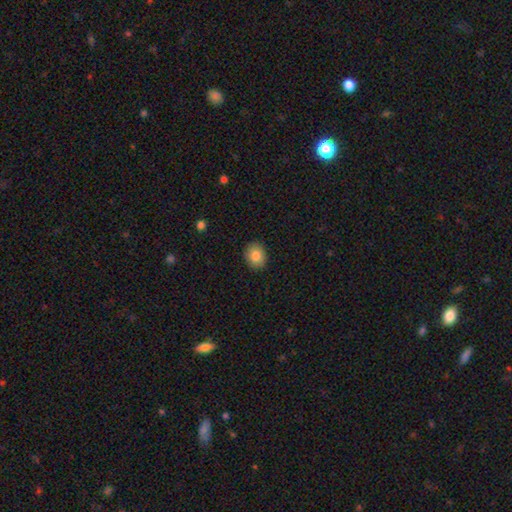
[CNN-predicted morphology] This appears to be a smooth galaxy with no disk features (84%) that is round (54%). Merging: none (88%).